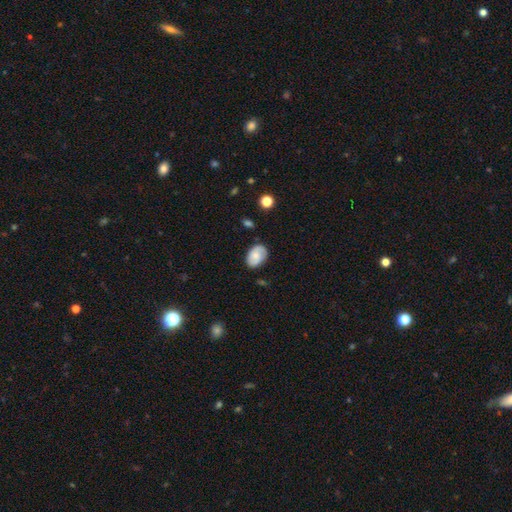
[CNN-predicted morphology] Smooth or featured? Predicted: smooth (p=0.54). How rounded? Predicted: in between (p=0.84). Merging? Predicted: none (p=0.72).